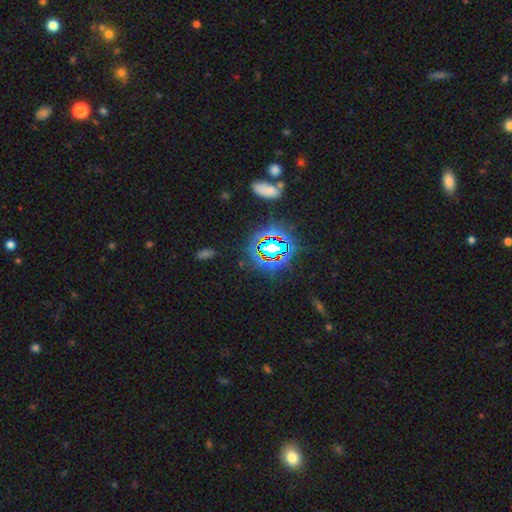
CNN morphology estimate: type=star or artifact (78%).